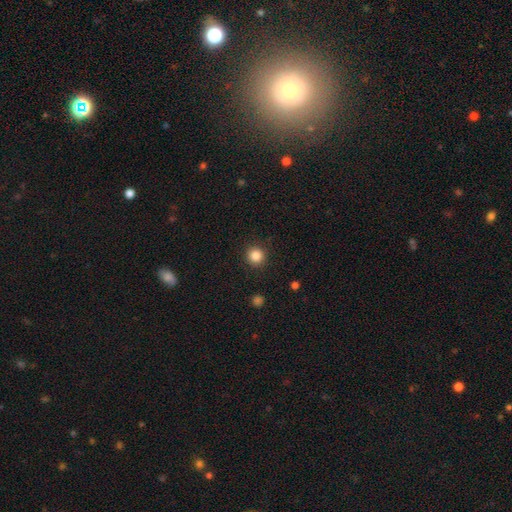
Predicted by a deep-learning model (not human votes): The model was most divided on "smooth or featured": smooth: 85%, star or artifact: 11%, featured or disk: 4%. More confident: how rounded — round (95%); merging — none (91%).